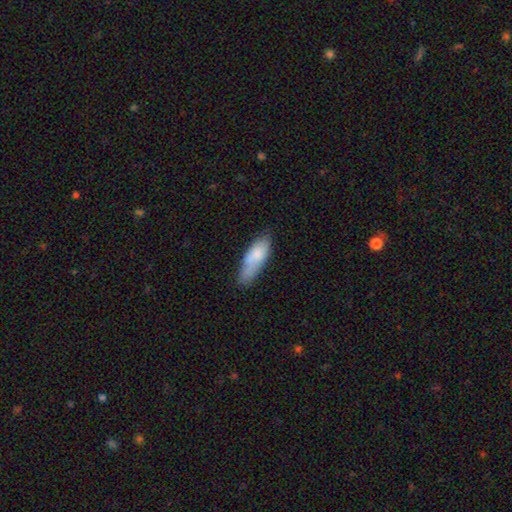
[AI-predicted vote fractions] A smooth galaxy with no disk features (76%) that is in between round and cigar-shaped (65%). Merging: none (55%).